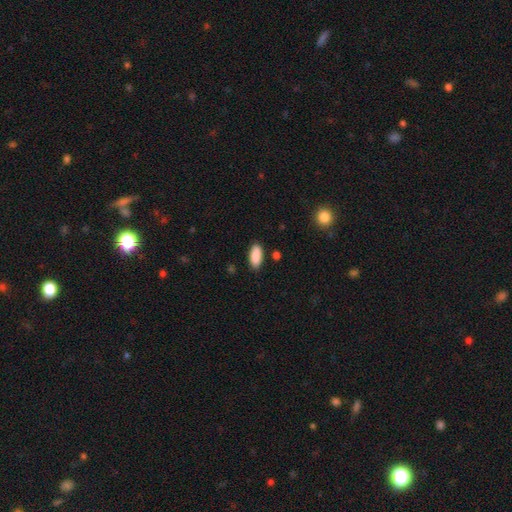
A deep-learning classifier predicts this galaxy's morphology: Smooth or featured: smooth — 90% (star or artifact — 6%)
How rounded: in between — 84% (cigar-shaped — 14%)
Merging: none — 85% (minor disturbance — 11%)